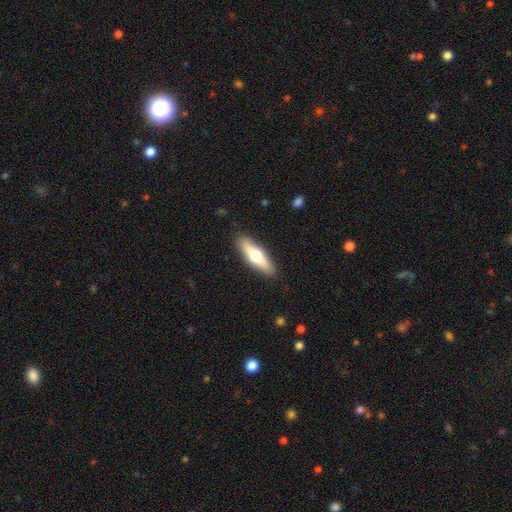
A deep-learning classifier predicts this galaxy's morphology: Smooth or featured: smooth — 56% (featured or disk — 38%)
How rounded: cigar-shaped — 57% (in between — 41%)
Merging: none — 88% (minor disturbance — 9%)